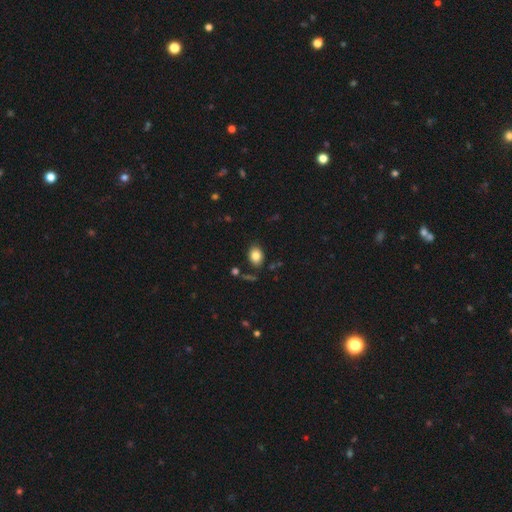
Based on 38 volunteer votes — This appears to be a smooth galaxy with no disk features (92%) that is in between round and cigar-shaped (71%). Merging: none (83%).